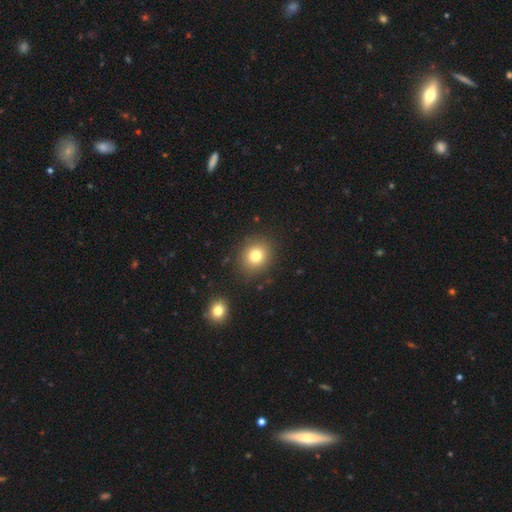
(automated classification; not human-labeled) This appears to be a smooth galaxy with no disk features (78%) that is round (75%). Merging: none (86%).